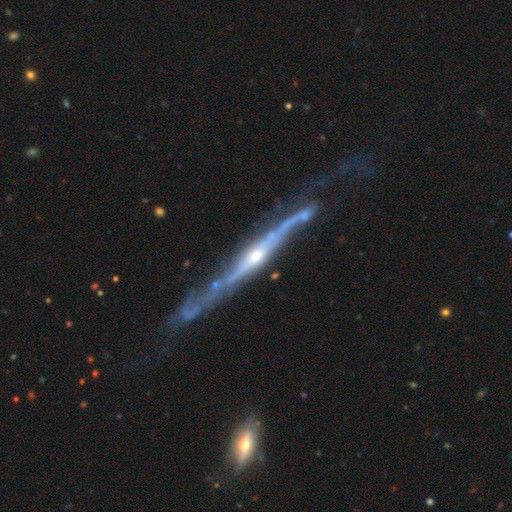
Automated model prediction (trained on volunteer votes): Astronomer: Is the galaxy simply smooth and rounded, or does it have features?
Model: featured or disk — 88%.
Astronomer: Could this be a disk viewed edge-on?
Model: yes — 85%.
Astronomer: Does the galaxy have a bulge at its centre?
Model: rounded — 72%.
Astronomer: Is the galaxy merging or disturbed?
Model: none — 51% (runner-up: minor disturbance, 28%).